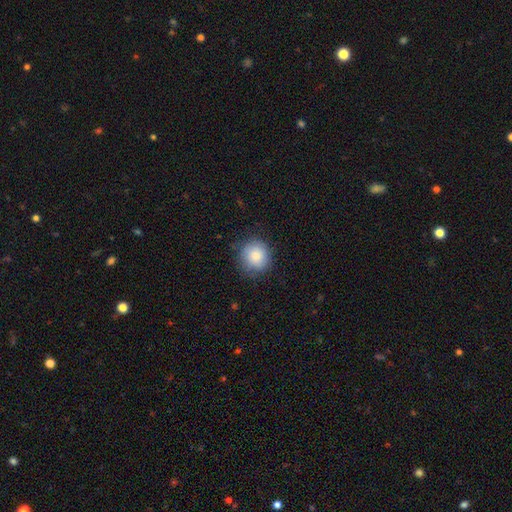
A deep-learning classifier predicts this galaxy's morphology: This is clearly a smooth galaxy (85%). How rounded: clearly round (89%). Merging: clearly none (81%).